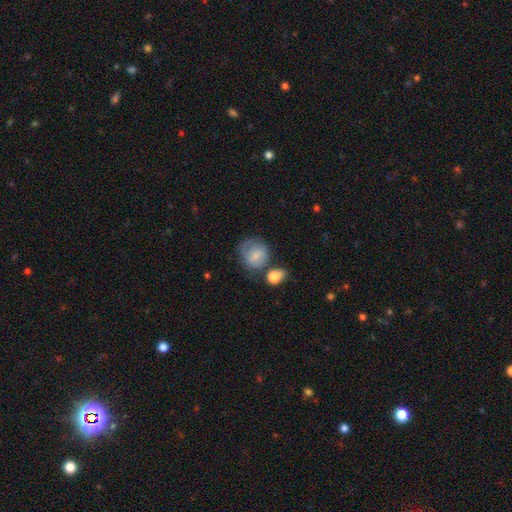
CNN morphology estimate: type=smooth (63%); roundness=round (75%); merging=none (51%).